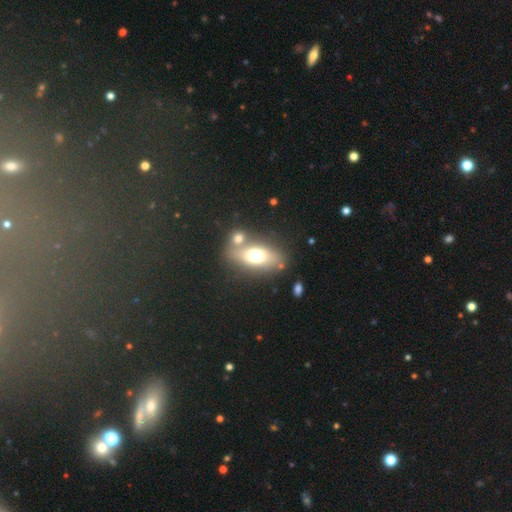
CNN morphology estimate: Overall: smooth (62%; featured or disk 28%). How rounded: in between (78%). Merging: none (58%; merger 26%).